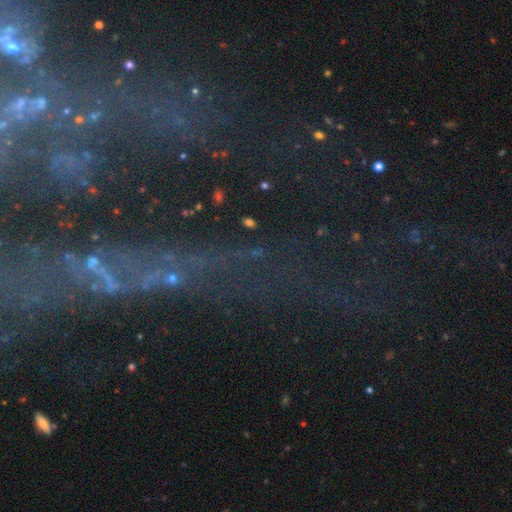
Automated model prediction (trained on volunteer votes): Smooth or featured?
  - star or artifact: 64% *
  - featured or disk: 21%
  - smooth: 14%